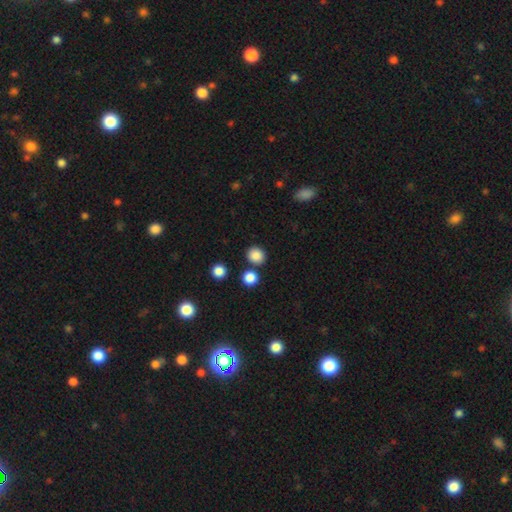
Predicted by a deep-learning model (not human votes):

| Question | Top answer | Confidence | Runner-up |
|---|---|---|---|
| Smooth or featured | smooth | 85% | star or artifact (11%) |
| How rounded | round | 82% | in between (18%) |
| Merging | none | 81% | merger (9%) |